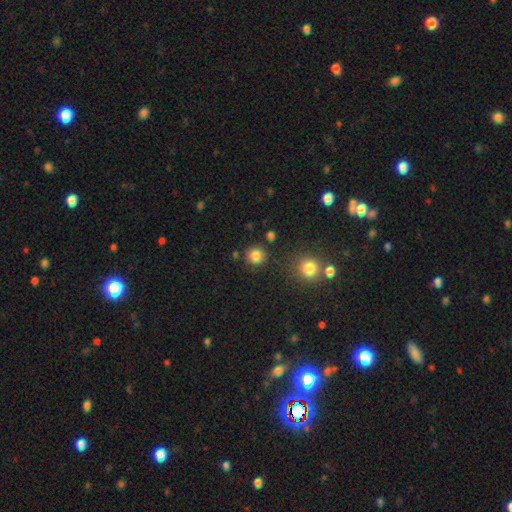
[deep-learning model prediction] Smooth or featured? smooth (83%)
How rounded? round (93%)
Merging? none (87%)